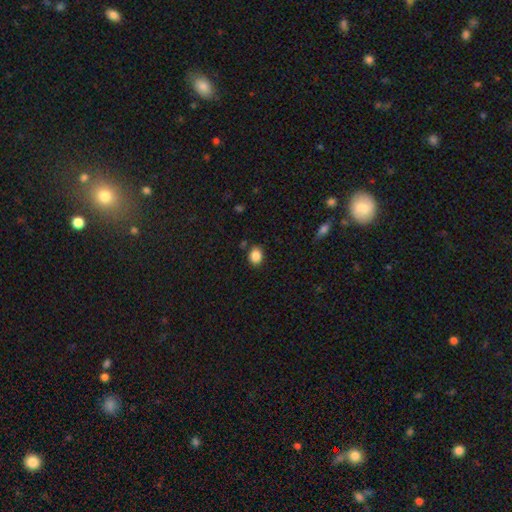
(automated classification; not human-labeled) Morphology: type=smooth (87%); roundness=round (51%); merging=none (84%).